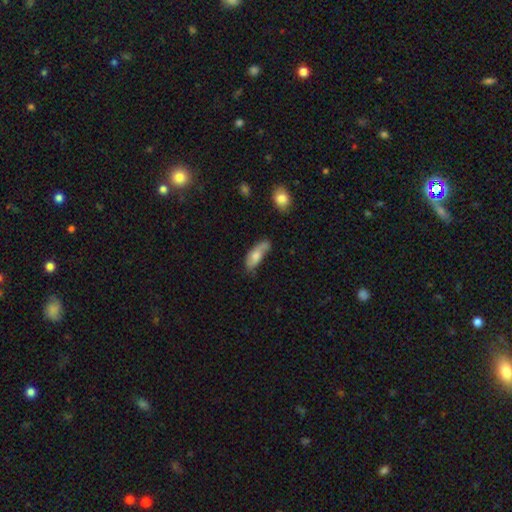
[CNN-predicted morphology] This appears to be a smooth galaxy with no disk features (60%) that is in between round and cigar-shaped (71%). Merging: none (45%).